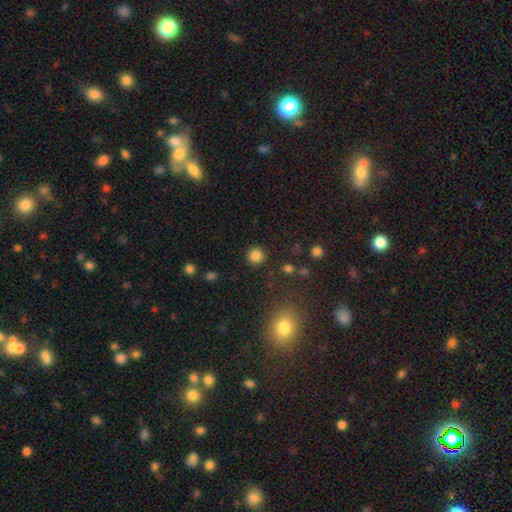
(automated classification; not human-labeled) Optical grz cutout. It shows a smooth galaxy with no disk features (84%) that is round (93%). Merging: none (90%).